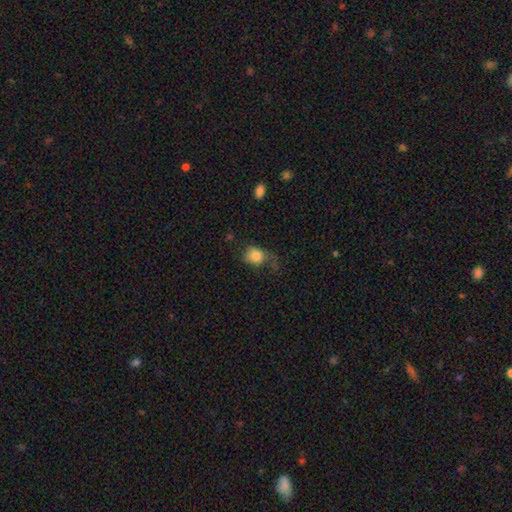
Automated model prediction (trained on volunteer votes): Overall: smooth (82%). How rounded: round (60%; in between 39%). Merging: none (44%; minor disturbance 32%).